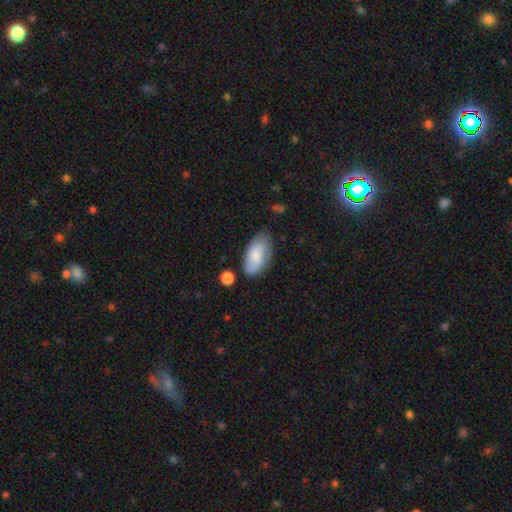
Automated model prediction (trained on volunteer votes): This is likely a smooth galaxy (65%). How rounded: clearly in between (93%). Merging: likely none (66%).